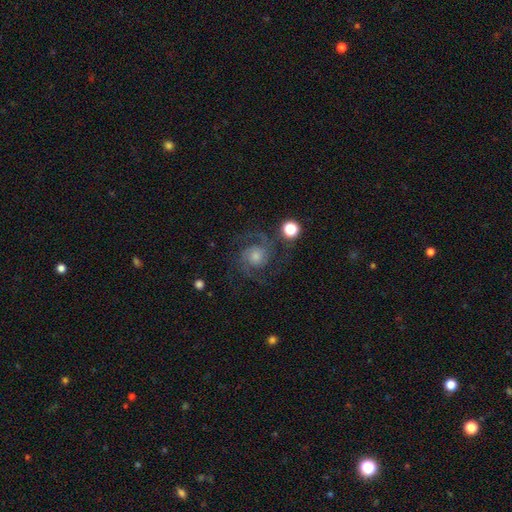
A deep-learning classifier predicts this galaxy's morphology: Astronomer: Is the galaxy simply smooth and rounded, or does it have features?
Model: featured or disk — 84%.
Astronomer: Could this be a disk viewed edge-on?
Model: no — 98%.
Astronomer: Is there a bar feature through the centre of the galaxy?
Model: no — 71%.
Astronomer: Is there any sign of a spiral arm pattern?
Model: yes — 97%.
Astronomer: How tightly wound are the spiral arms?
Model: medium — 50% (runner-up: tight, 39%).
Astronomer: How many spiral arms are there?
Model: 2 — 68%.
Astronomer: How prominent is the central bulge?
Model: moderate — 45% (runner-up: small, 37%).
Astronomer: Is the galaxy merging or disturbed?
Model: none — 76%.